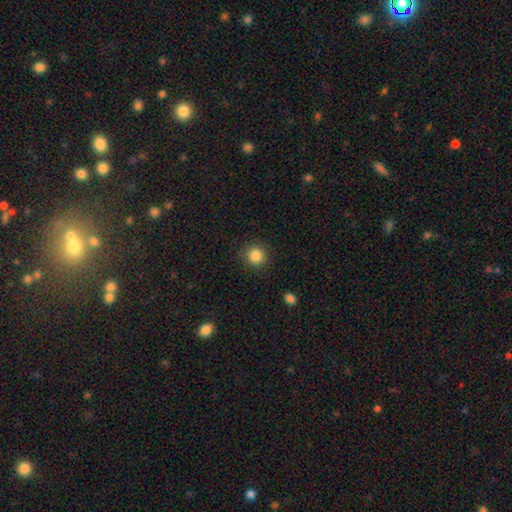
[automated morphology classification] Smooth or featured?
  - smooth: 86% *
  - star or artifact: 10%
  - featured or disk: 4%
How rounded?
  - round: 94% *
  - in between: 5%
  - cigar-shaped: 1%
Merging?
  - none: 90% *
  - minor disturbance: 7%
  - major disturbance: 2%
  - merger: 1%